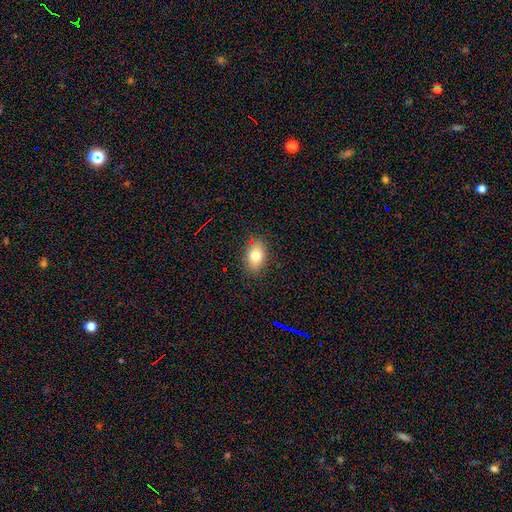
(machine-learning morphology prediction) type=smooth (79%); roundness=in between (80%); merging=none (83%).